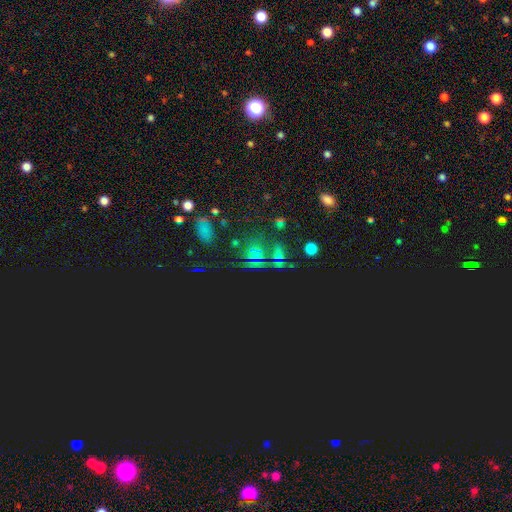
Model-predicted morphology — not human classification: This appears to be a star or artifact, not a galaxy (64%).